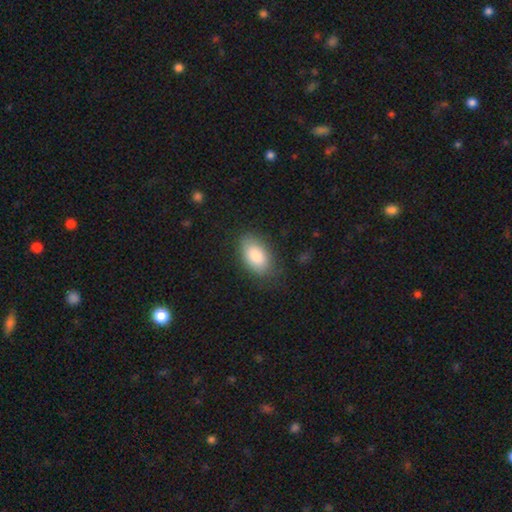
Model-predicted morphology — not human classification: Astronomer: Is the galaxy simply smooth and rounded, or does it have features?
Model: smooth — 81%.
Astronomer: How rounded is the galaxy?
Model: in between — 93%.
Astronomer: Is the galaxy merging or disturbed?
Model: none — 78%.